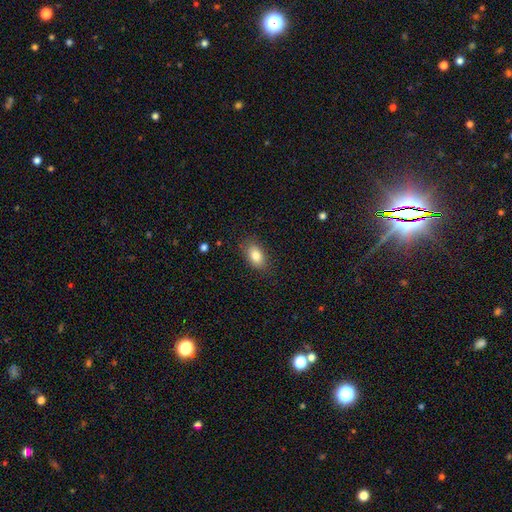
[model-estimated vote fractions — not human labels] Smooth or featured? smooth (83%)
How rounded? in between (89%)
Merging? none (84%)